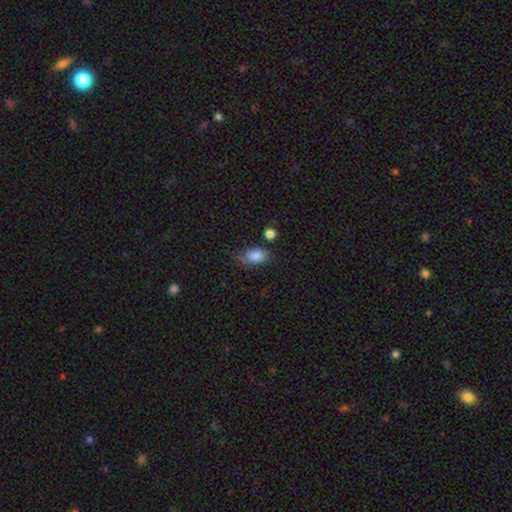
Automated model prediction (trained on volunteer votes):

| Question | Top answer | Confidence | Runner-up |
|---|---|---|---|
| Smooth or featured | smooth | 84% | star or artifact (9%) |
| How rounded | in between | 86% | round (11%) |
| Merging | none | 60% | minor disturbance (27%) |